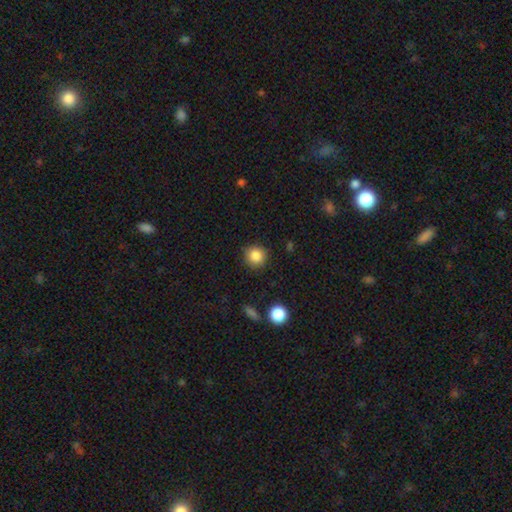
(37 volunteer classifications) Smooth or featured?
  - smooth: 89% *
  - featured or disk: 8%
  - star or artifact: 3%
How rounded?
  - round: 94% *
  - in between: 6%
  - cigar-shaped: 0%
Merging?
  - none: 92% *
  - minor disturbance: 6%
  - major disturbance: 3%
  - merger: 0%